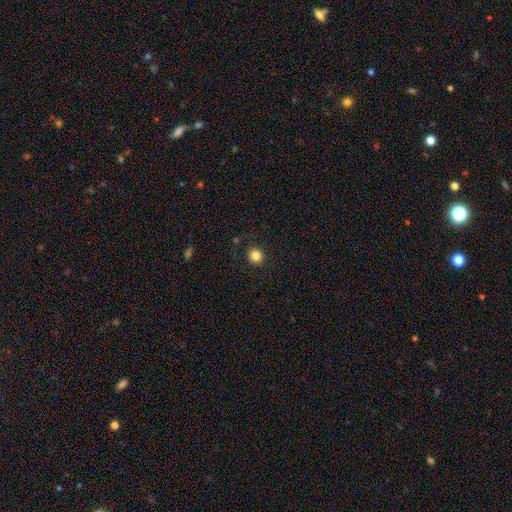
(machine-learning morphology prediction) A smooth galaxy with no disk features (84%) that is round (91%).

Vote fractions:
- Smooth or featured? smooth: 84% / star or artifact: 11% / featured or disk: 5%
- How rounded? round: 91% / in between: 8% / cigar-shaped: 1%
- Merging? none: 89% / minor disturbance: 7% / major disturbance: 3% / merger: 1%